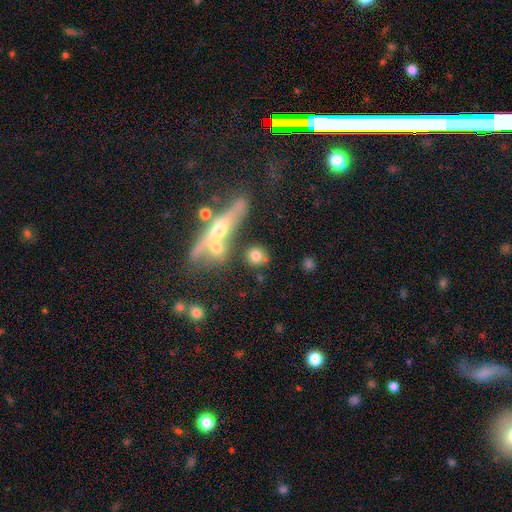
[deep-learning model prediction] Smooth or featured: smooth — 72% (featured or disk — 18%)
How rounded: round — 75% (in between — 18%)
Merging: none — 66% (merger — 17%)